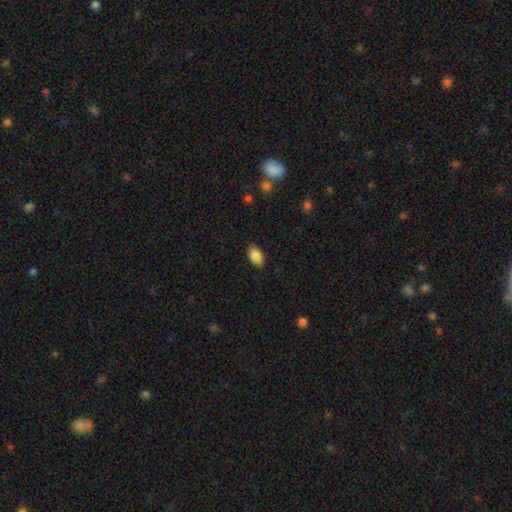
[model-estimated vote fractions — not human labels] Smooth or featured?
  - smooth: 87% *
  - star or artifact: 7%
  - featured or disk: 5%
How rounded?
  - in between: 93% *
  - round: 5%
  - cigar-shaped: 2%
Merging?
  - none: 87% *
  - minor disturbance: 10%
  - major disturbance: 2%
  - merger: 1%